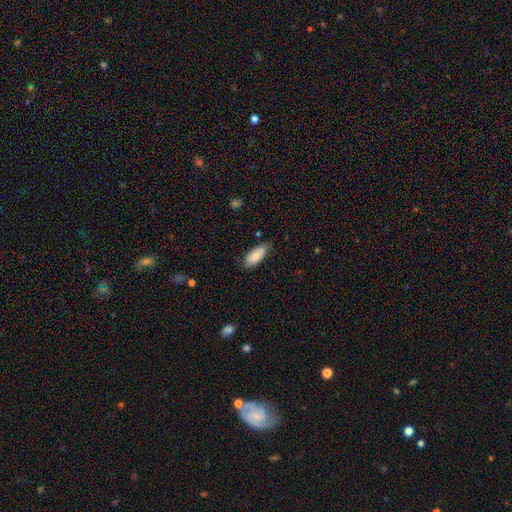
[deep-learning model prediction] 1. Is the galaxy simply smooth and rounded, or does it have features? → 81% smooth, 13% featured or disk, 6% star or artifact.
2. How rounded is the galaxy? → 85% in between, 13% cigar-shaped, 2% round.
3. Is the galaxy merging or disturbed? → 71% none, 24% minor disturbance, 4% major disturbance, 1% merger.